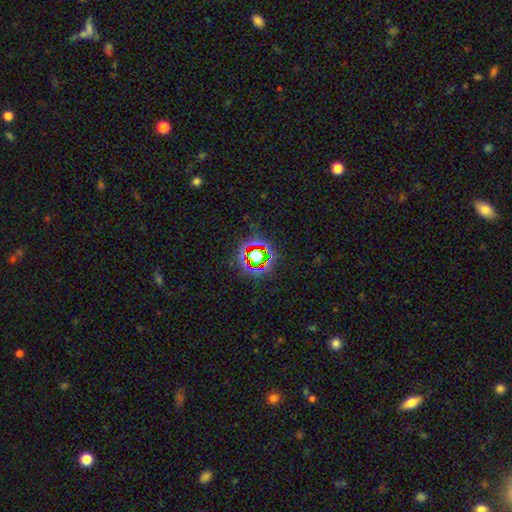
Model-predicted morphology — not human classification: Overall: star or artifact (69%).